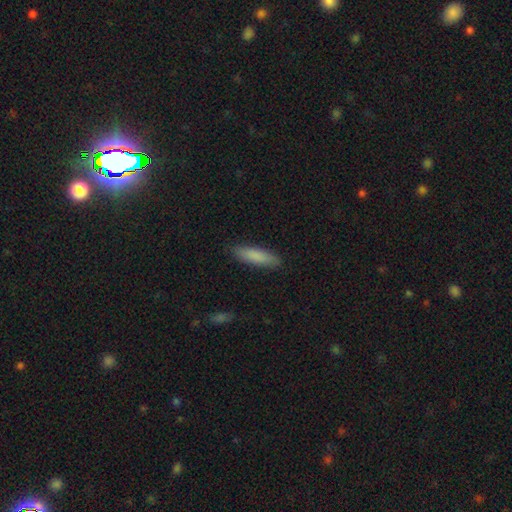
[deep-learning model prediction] This appears to be a smooth galaxy with no disk features (85%) that is cigar-shaped (65%). Merging: none (88%).